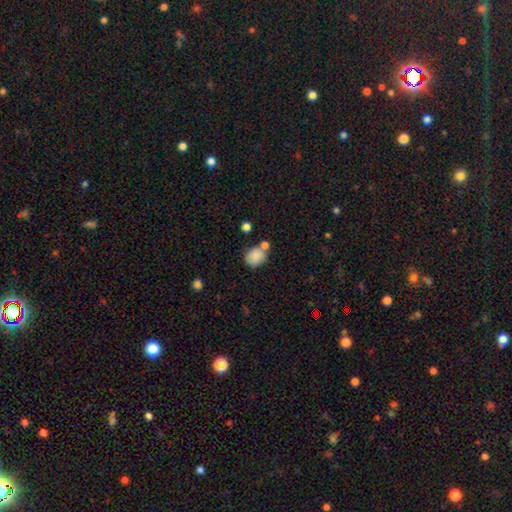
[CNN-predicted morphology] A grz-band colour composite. It shows a smooth galaxy with no disk features (85%) that is round (62%). Merging: none (59%).